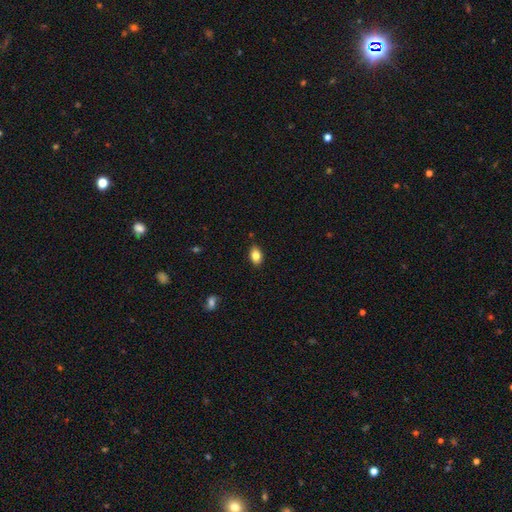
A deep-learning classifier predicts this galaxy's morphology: smooth-or-featured: smooth: 83% | featured or disk: 9% | star or artifact: 8%
  how-rounded: in between: 86% | round: 12% | cigar-shaped: 2%
  merging: none: 88% | minor disturbance: 9% | major disturbance: 2% | merger: 1%